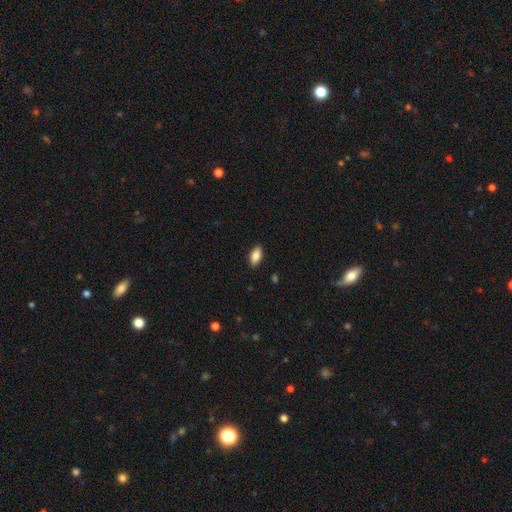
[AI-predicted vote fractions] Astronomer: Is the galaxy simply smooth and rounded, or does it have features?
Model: smooth — 86%.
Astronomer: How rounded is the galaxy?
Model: in between — 90%.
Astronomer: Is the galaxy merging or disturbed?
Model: none — 89%.